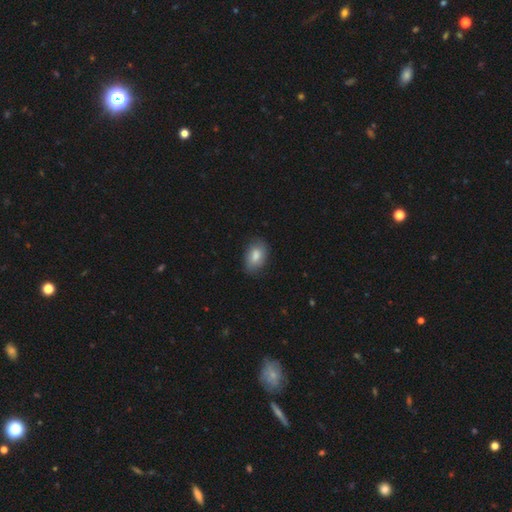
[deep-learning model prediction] smooth 81%, featured or disk 12%, star or artifact 7%. Down the decision tree: how rounded — in between (88%); merging — none (79%).